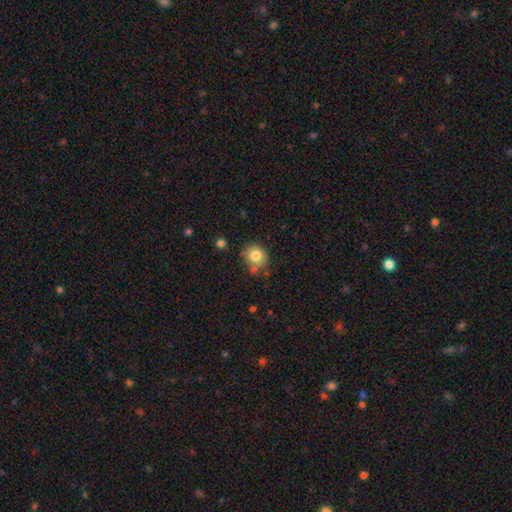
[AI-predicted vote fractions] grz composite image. It shows a smooth galaxy with no disk features (81%) that is round (77%). Merging: none (65%).